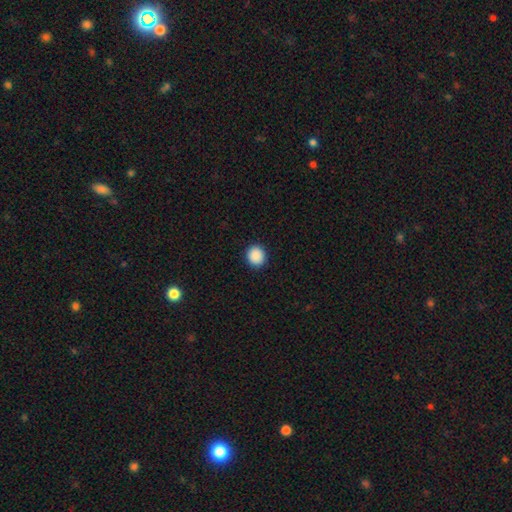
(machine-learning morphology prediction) smooth 90%, star or artifact 8%, featured or disk 2%. Down the decision tree: how rounded — round (86%); merging — none (92%).